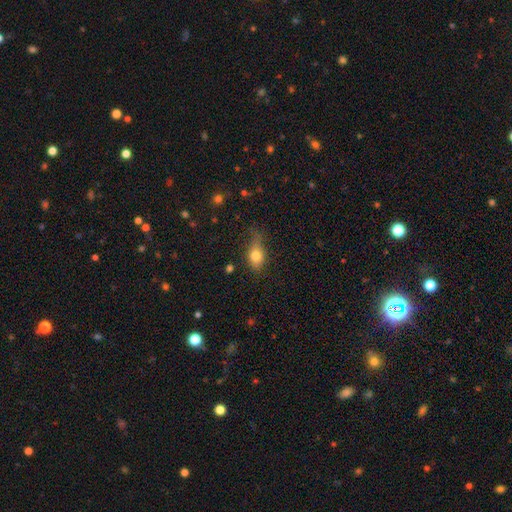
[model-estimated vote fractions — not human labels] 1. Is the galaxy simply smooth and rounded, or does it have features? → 77% smooth, 13% featured or disk, 10% star or artifact.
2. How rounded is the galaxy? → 72% in between, 22% round, 6% cigar-shaped.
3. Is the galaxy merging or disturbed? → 46% none, 35% minor disturbance, 16% major disturbance, 3% merger.